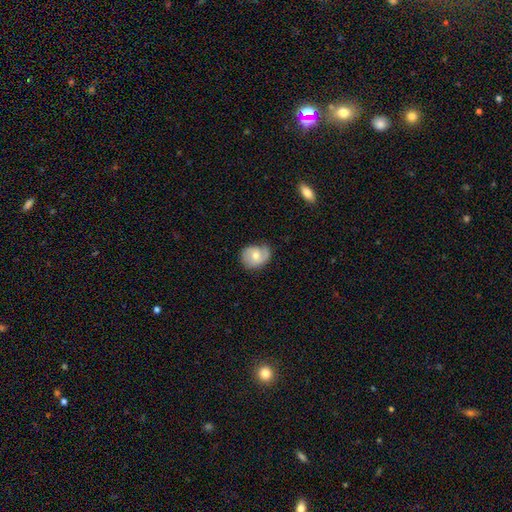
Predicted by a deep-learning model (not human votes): smooth-or-featured: featured or disk: 51% | smooth: 42% | star or artifact: 7%
  disk-edge-on: no: 97% | yes: 3%
  merging: none: 58% | minor disturbance: 29% | major disturbance: 11% | merger: 2%